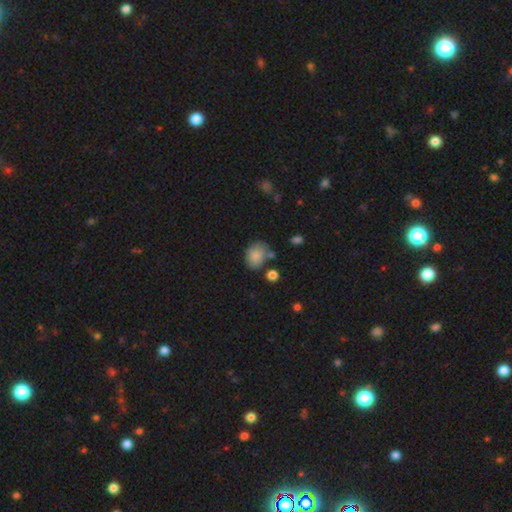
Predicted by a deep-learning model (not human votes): Smooth or featured? Predicted: smooth (p=0.82). How rounded? Predicted: in between (p=0.58). Merging? Predicted: none (p=0.65).